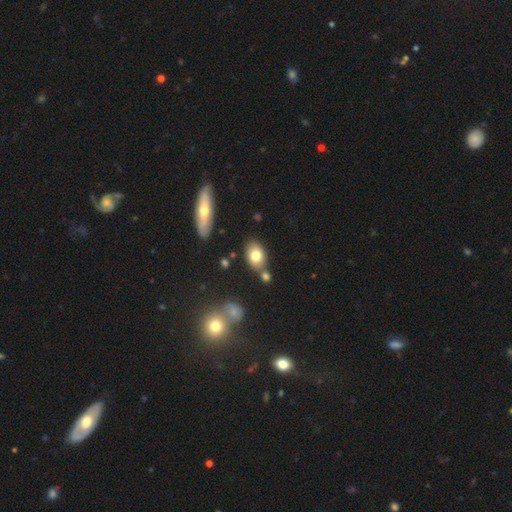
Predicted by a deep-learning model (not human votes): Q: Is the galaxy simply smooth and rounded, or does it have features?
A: smooth — 77%.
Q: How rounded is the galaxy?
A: in between — 80%.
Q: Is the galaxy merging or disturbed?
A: none — 68%.